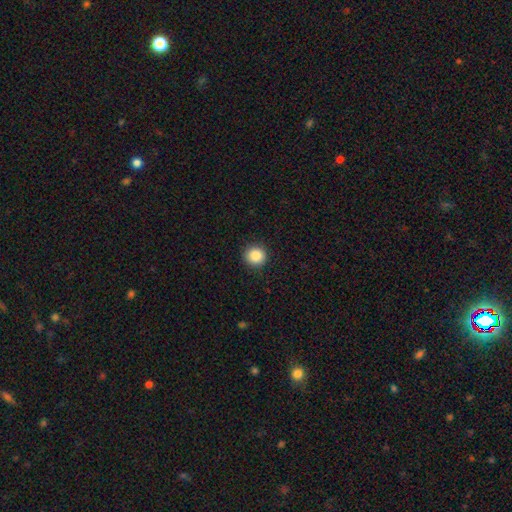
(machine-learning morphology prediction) Overall: smooth (87%). How rounded: round (94%). Merging: none (91%).